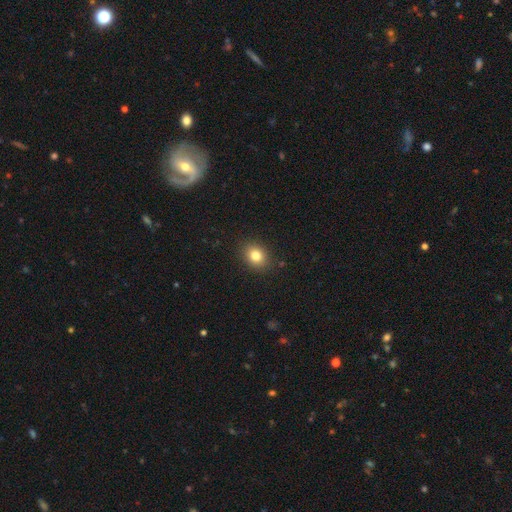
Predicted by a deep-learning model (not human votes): smooth 81%, star or artifact 11%, featured or disk 8%. Down the decision tree: how rounded — round (51%); merging — none (88%).